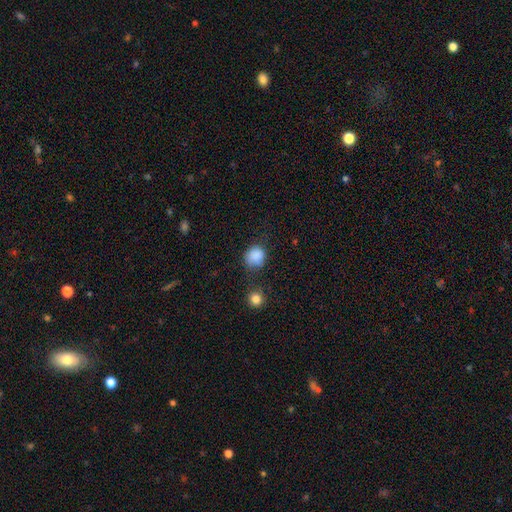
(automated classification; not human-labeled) Q: Smooth or featured?
A: smooth (86%); runner-up: star or artifact (10%)
Q: How rounded?
A: round (79%); runner-up: in between (20%)
Q: Merging?
A: none (62%); runner-up: minor disturbance (25%)